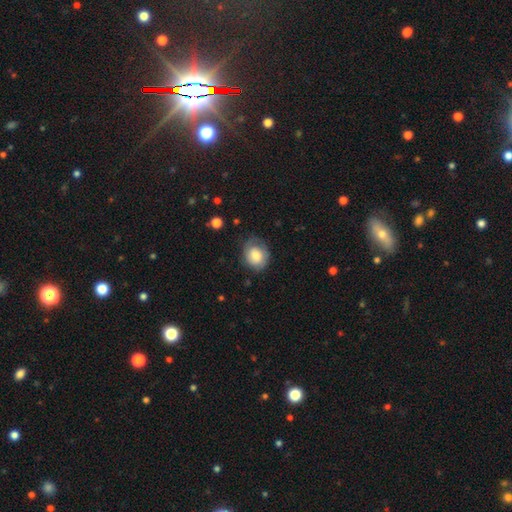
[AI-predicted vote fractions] Smooth or featured? smooth (67%)
How rounded? round (59%)
Merging? none (64%)